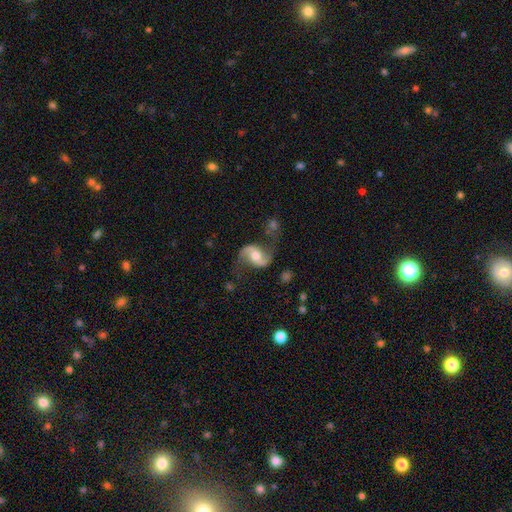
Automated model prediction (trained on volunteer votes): Smooth or featured? featured or disk (87%)
Edge-on disk? no (97%)
Bar? no (41%)
Spiral arms? yes (96%)
Spiral winding? loose (71%)
Spiral arm count? 2 (94%)
Bulge size? moderate (67%)
Merging? none (70%)